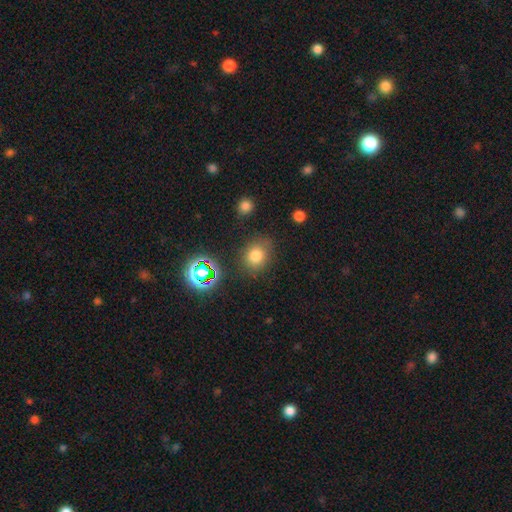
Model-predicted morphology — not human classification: smooth_or_featured: smooth (p=0.75) [alt: star or artifact p=0.17]
how_rounded: round (p=0.67) [alt: in between p=0.32]
merging: none (p=0.78) [alt: minor disturbance p=0.14]